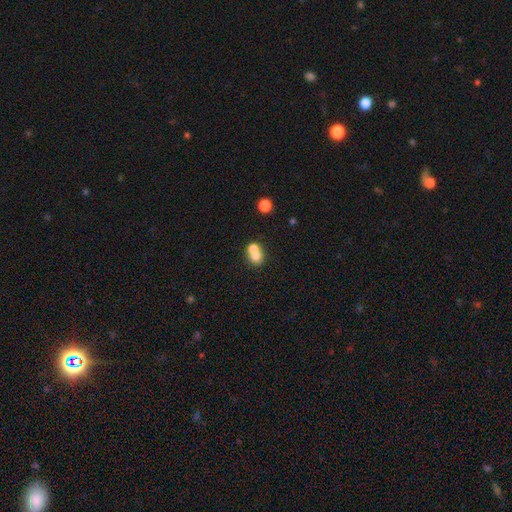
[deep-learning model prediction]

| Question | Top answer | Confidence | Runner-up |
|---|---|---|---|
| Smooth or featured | smooth | 69% | featured or disk (19%) |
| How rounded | round | 72% | in between (27%) |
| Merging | merger | 62% | none (30%) |